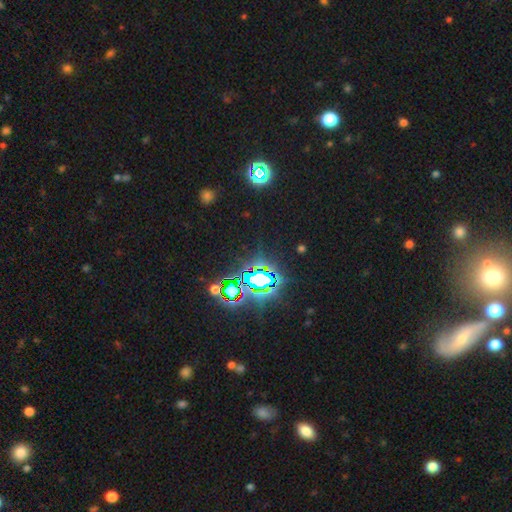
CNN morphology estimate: smooth-or-featured: star or artifact: 79% | smooth: 12% | featured or disk: 8%